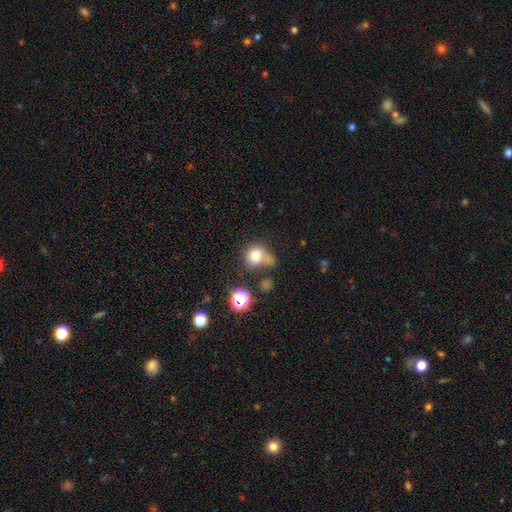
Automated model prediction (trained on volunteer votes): This appears to be a smooth galaxy with no disk features (77%) that is round (76%). Merging: none (41%).